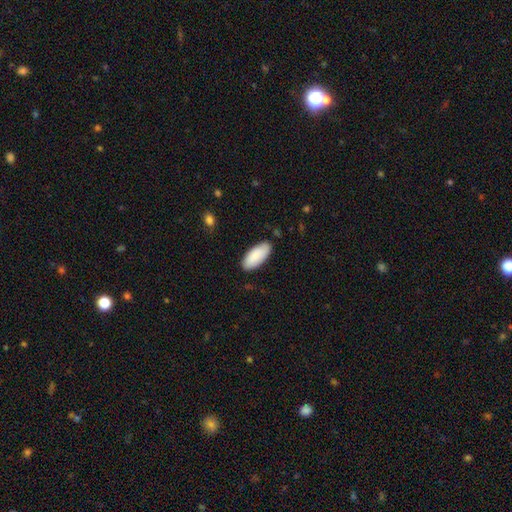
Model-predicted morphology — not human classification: This appears to be a smooth galaxy with no disk features (87%) that is in between round and cigar-shaped (89%). Merging: none (85%).